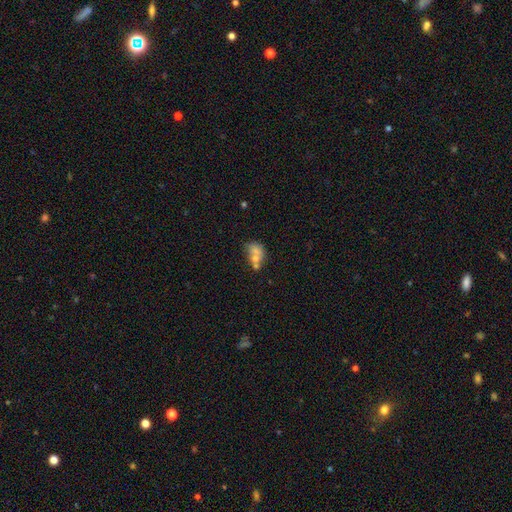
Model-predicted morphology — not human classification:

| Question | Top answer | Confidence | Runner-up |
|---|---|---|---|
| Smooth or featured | smooth | 62% | featured or disk (26%) |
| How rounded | in between | 62% | round (36%) |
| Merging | merger | 44% | none (29%) |